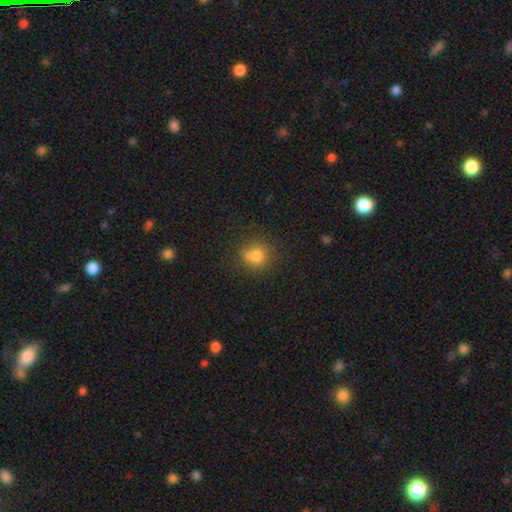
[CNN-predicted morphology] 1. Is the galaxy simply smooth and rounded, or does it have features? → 78% smooth, 14% star or artifact, 9% featured or disk.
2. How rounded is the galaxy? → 83% round, 16% in between, 1% cigar-shaped.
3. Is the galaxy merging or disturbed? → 67% none, 16% minor disturbance, 12% merger, 5% major disturbance.